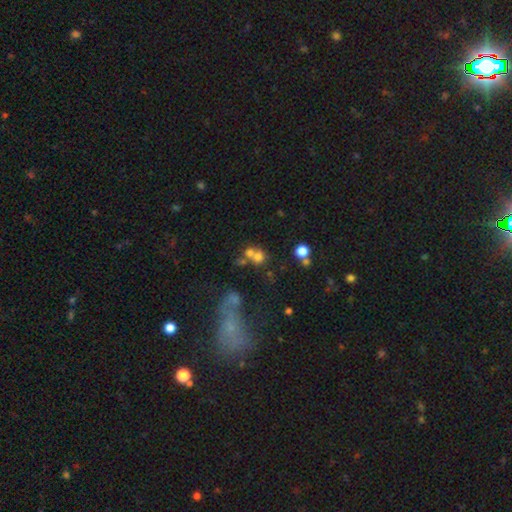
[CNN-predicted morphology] This appears to be a smooth galaxy with no disk features (63%) that is round (79%). Merging: merger (48%).